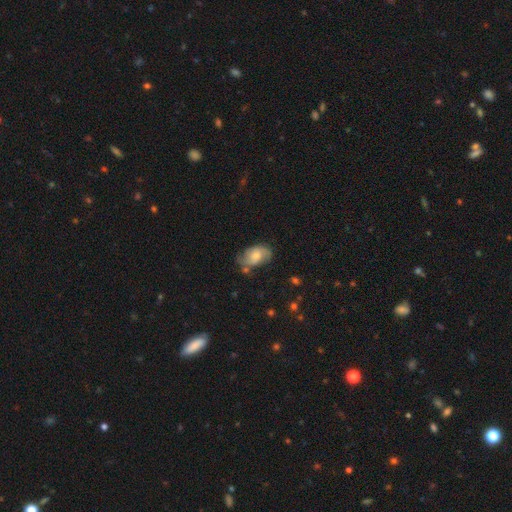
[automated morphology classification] smooth 59%, featured or disk 33%, star or artifact 8%. Down the decision tree: how rounded — in between (89%); merging — none (56%).